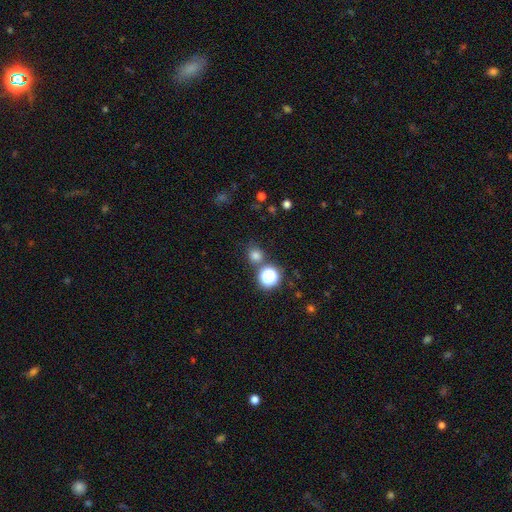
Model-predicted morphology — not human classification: This appears to be a smooth galaxy with no disk features (74%) that is round (87%). Merging: none (76%).